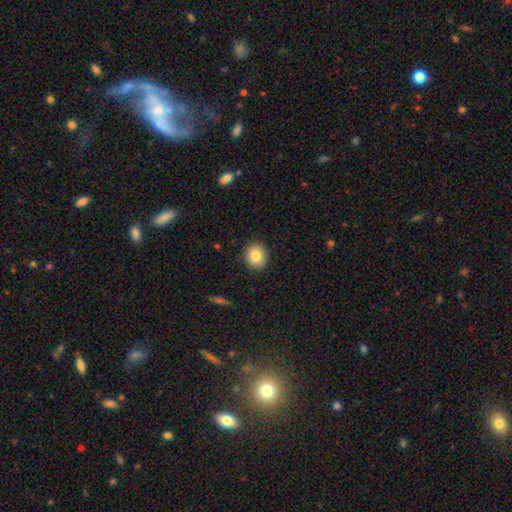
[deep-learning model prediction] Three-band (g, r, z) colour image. It shows a smooth galaxy with no disk features (83%) that is round (75%). Merging: none (90%).